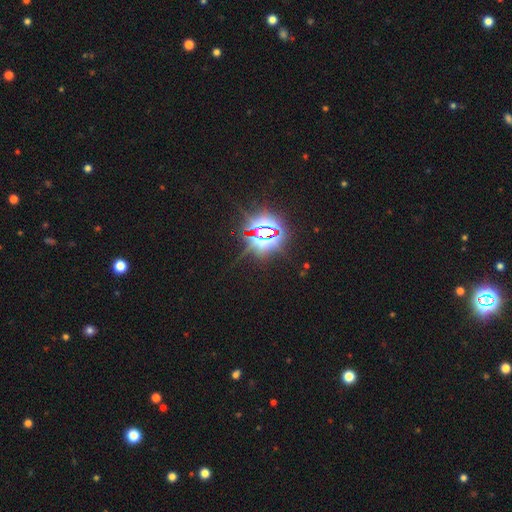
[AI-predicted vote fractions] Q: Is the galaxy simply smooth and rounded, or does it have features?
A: star or artifact — 86%.